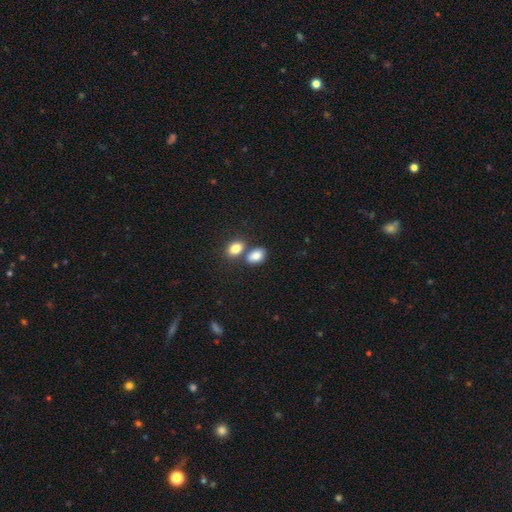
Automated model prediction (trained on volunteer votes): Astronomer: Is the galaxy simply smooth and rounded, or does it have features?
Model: smooth — 84%.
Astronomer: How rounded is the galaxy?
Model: in between — 78%.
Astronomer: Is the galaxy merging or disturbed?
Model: none — 49% (runner-up: merger, 36%).